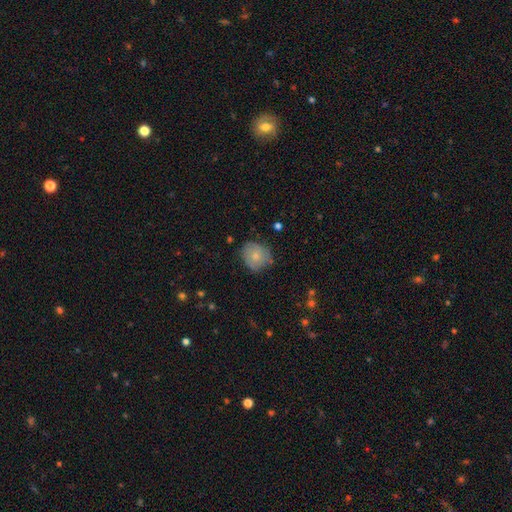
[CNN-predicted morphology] smooth_or_featured: smooth (p=0.76) [alt: featured or disk p=0.17]
how_rounded: round (p=0.74) [alt: in between p=0.25]
merging: none (p=0.69) [alt: minor disturbance p=0.24]